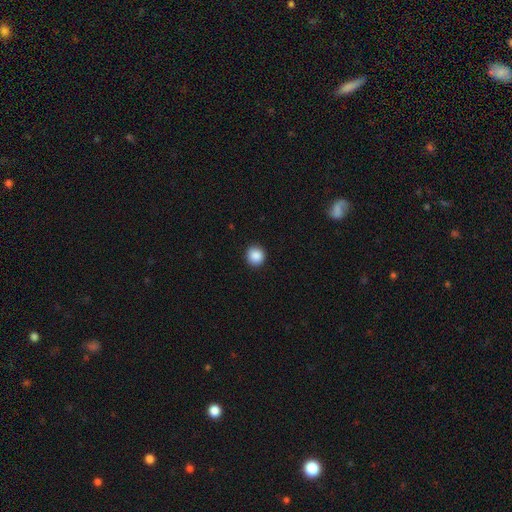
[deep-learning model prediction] Overall: smooth (88%). How rounded: round (92%). Merging: none (91%).